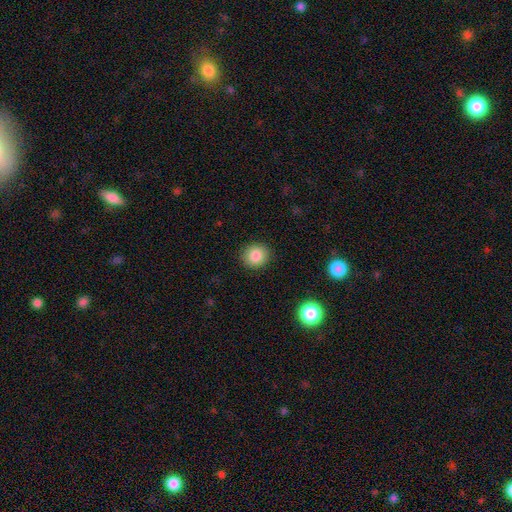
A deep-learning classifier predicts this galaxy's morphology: This is clearly a smooth galaxy (86%). How rounded: clearly round (86%). Merging: clearly none (90%).